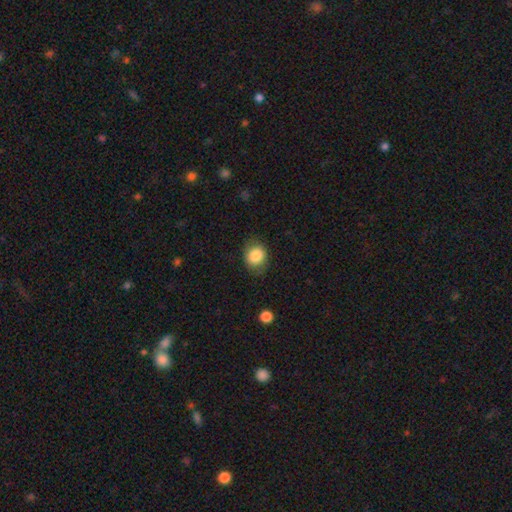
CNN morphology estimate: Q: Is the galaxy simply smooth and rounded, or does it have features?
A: smooth — 84%.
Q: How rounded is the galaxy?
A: round — 62%.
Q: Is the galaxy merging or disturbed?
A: none — 76%.